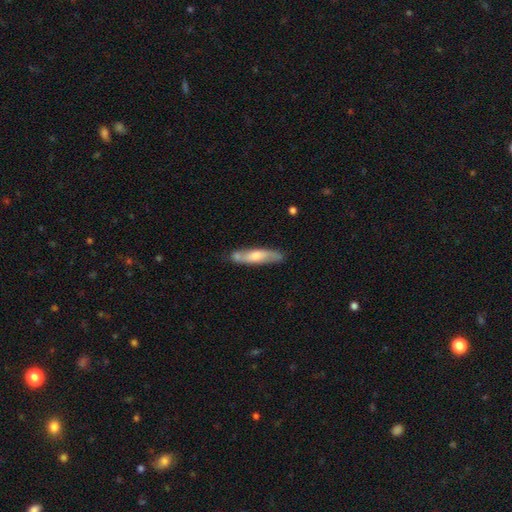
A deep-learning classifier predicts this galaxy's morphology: Q: Smooth or featured?
A: featured or disk (48%); runner-up: smooth (47%)
Q: Merging?
A: none (73%); runner-up: minor disturbance (17%)